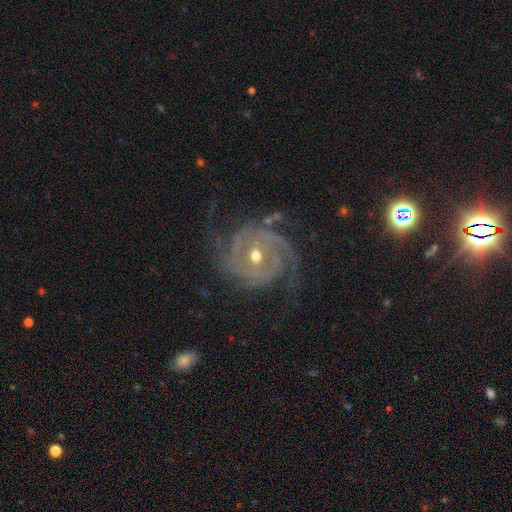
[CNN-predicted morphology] Q: Smooth or featured?
A: featured or disk (92%); runner-up: star or artifact (5%)
Q: Edge-on disk?
A: no (98%); runner-up: yes (2%)
Q: Bar?
A: no (61%); runner-up: weak (27%)
Q: Spiral arms?
A: yes (98%); runner-up: no (2%)
Q: Spiral winding?
A: tight (64%); runner-up: medium (30%)
Q: Spiral arm count?
A: 3 (38%); runner-up: 2 (24%)
Q: Bulge size?
A: moderate (56%); runner-up: small (41%)
Q: Merging?
A: none (73%); runner-up: minor disturbance (17%)